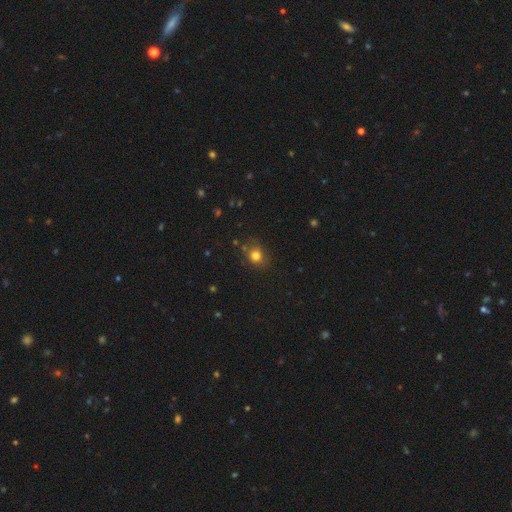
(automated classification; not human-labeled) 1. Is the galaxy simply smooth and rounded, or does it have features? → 78% smooth, 14% star or artifact, 7% featured or disk.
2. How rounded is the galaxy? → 66% round, 33% in between, 1% cigar-shaped.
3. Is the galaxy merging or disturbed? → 77% none, 15% minor disturbance, 4% major disturbance, 3% merger.